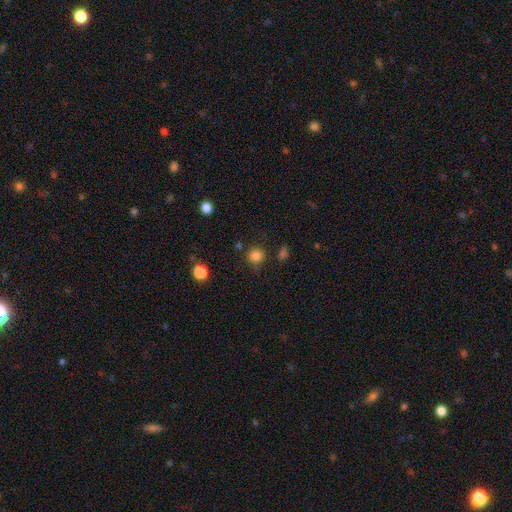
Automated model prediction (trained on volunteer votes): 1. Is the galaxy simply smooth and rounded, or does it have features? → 82% smooth, 13% star or artifact, 4% featured or disk.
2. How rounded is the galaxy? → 90% round, 9% in between, 1% cigar-shaped.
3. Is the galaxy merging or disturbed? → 80% none, 11% minor disturbance, 5% merger, 4% major disturbance.